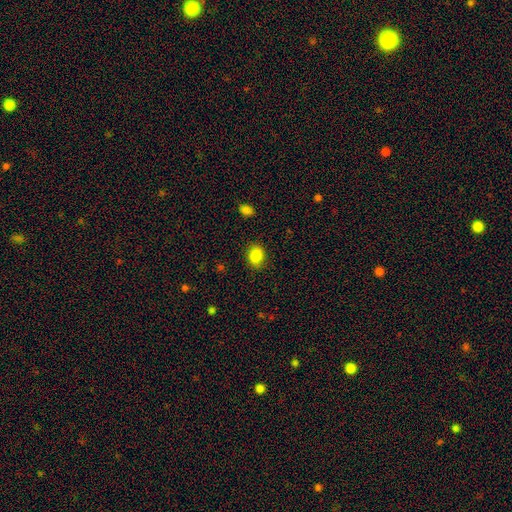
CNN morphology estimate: A smooth galaxy with no disk features (85%) that is round (50%). Merging: none (84%).